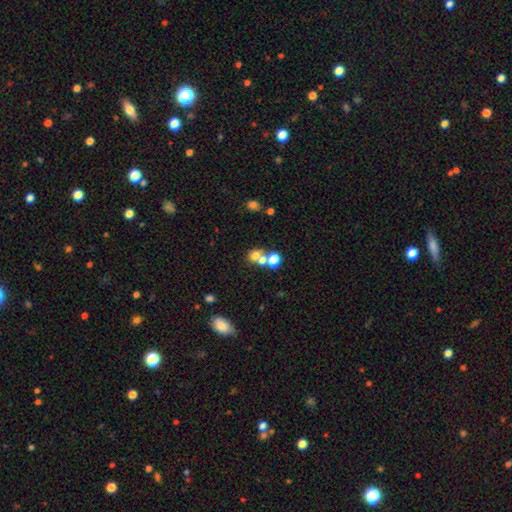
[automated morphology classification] Smooth or featured? Predicted: smooth (p=0.66). How rounded? Predicted: round (p=0.72). Merging? Predicted: merger (p=0.47).